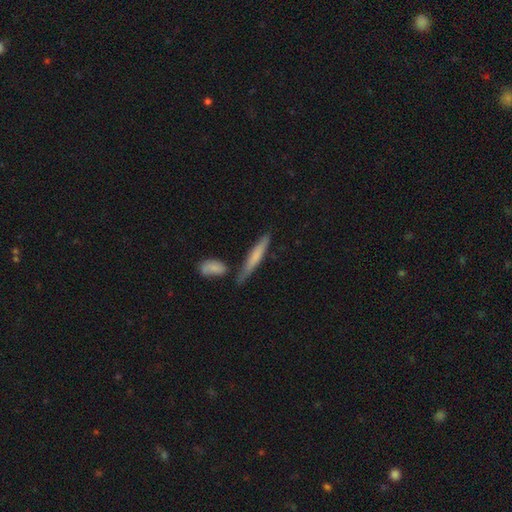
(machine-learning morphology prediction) smooth 62%, featured or disk 32%, star or artifact 6%. Down the decision tree: how rounded — cigar-shaped (91%); merging — none (71%).